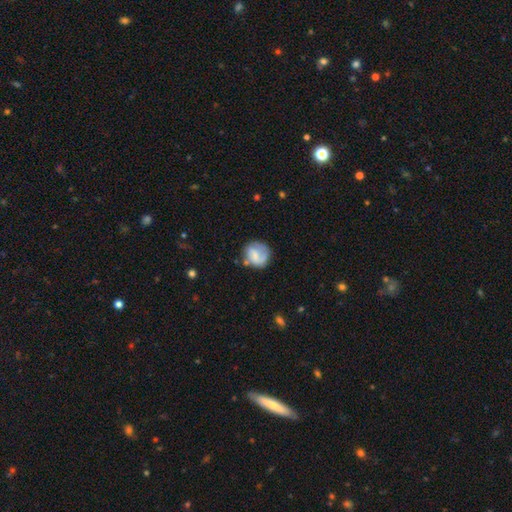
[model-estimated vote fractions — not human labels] Smooth or featured? smooth (57%)
How rounded? round (83%)
Merging? none (61%)